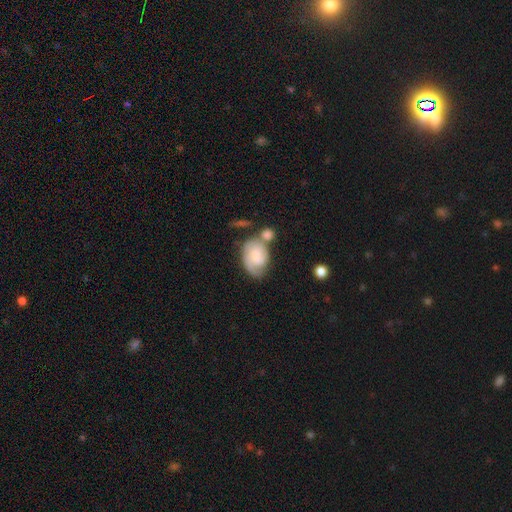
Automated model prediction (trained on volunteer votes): A featured or disk galaxy (55%) with no bar (59%), spiral arms (86%) and a small central bulge (34%).

Vote fractions:
- Smooth or featured? featured or disk: 55% / smooth: 39% / star or artifact: 6%
- Edge-on disk? no: 97% / yes: 3%
- Bar? no: 59% / weak: 35% / strong: 6%
- Spiral arms? yes: 86% / no: 14%
- Bulge size? small: 34% / moderate: 29% / none: 24% / large: 11% / dominant: 3%
- Merging? none: 38% / merger: 28% / minor disturbance: 21% / major disturbance: 13%